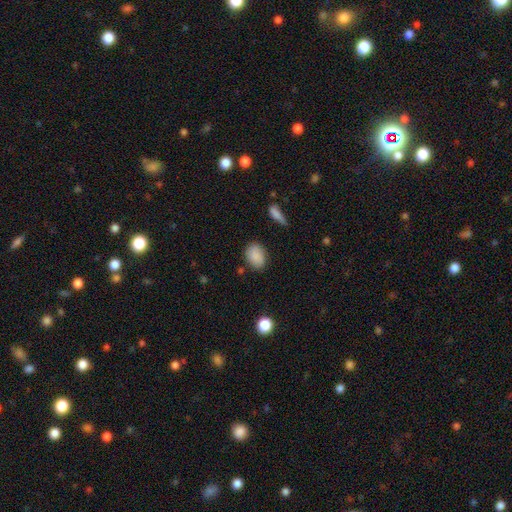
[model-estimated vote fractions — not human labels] Smooth or featured: smooth — 86% (star or artifact — 8%)
How rounded: in between — 79% (round — 19%)
Merging: none — 78% (minor disturbance — 16%)